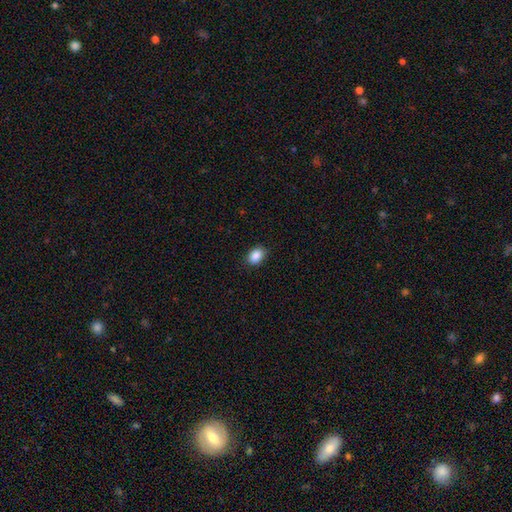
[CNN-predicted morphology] Smooth or featured?
  - smooth: 88% *
  - star or artifact: 8%
  - featured or disk: 3%
How rounded?
  - in between: 77% *
  - round: 21%
  - cigar-shaped: 1%
Merging?
  - none: 87% *
  - minor disturbance: 10%
  - major disturbance: 2%
  - merger: 1%